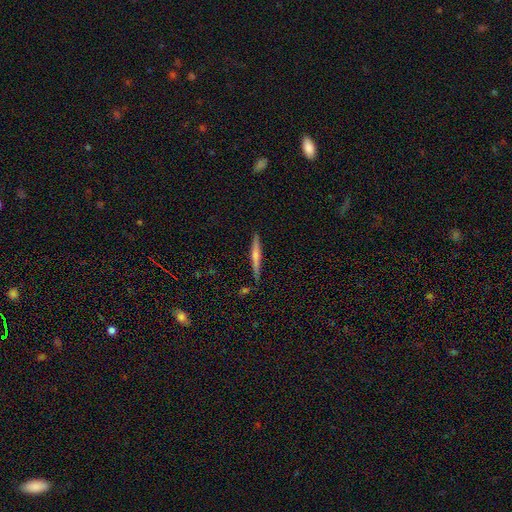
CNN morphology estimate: Smooth or featured? Predicted: smooth (p=0.49). Merging? Predicted: none (p=0.86).